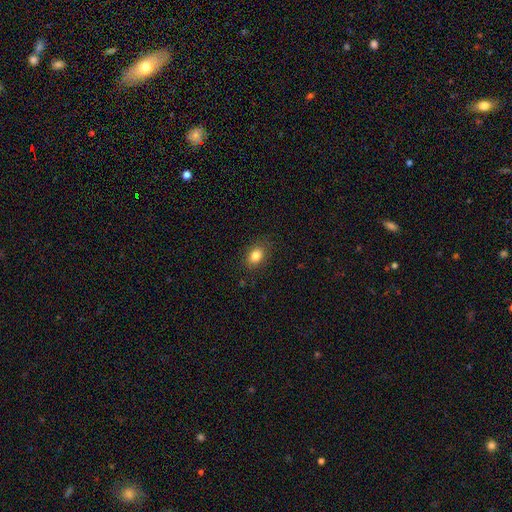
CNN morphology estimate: Smooth or featured: smooth — 83% (star or artifact — 10%)
How rounded: in between — 73% (round — 26%)
Merging: none — 85% (minor disturbance — 11%)